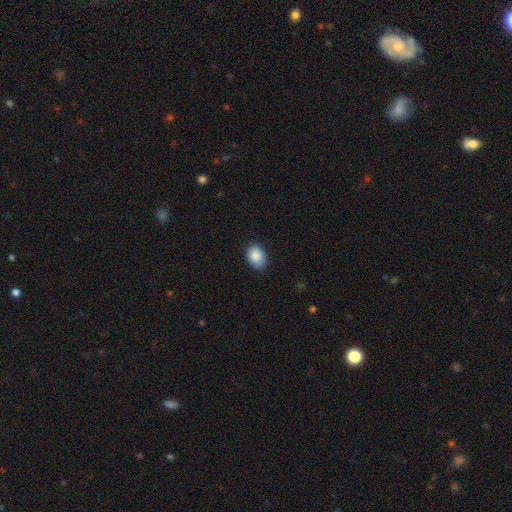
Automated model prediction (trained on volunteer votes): smooth 88%, star or artifact 7%, featured or disk 4%. Down the decision tree: how rounded — in between (77%); merging — none (85%).